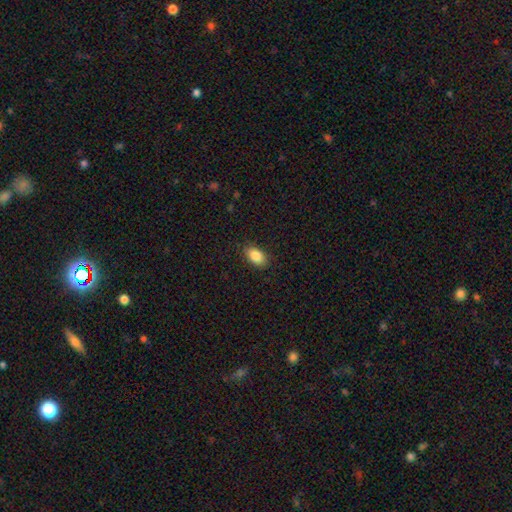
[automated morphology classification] Smooth or featured? smooth (86%)
How rounded? in between (90%)
Merging? none (87%)